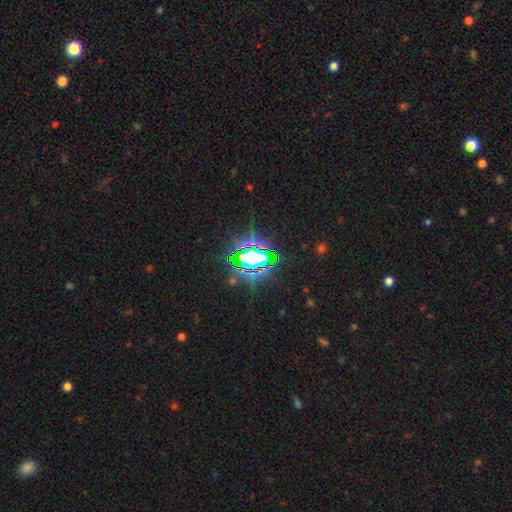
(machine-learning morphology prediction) type=star or artifact (79%).